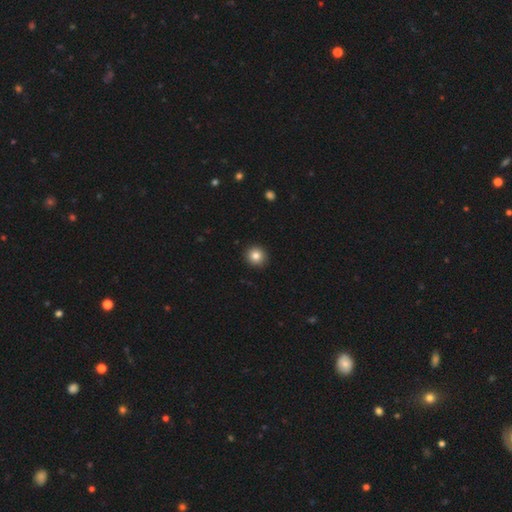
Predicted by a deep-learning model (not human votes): A smooth galaxy with no disk features (83%) that is round (94%). Merging: none (93%).